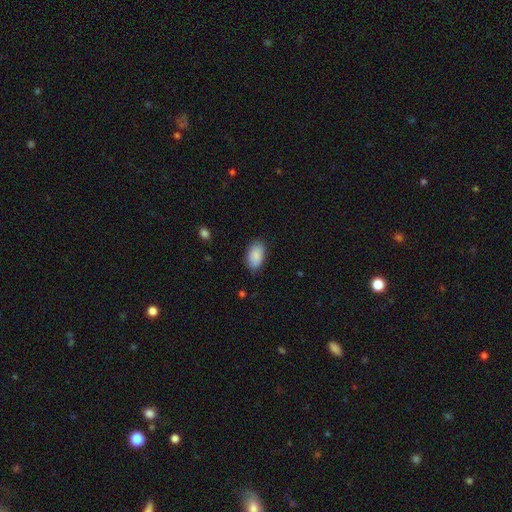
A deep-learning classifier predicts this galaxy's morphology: A smooth galaxy with no disk features (88%) that is in between round and cigar-shaped (93%).

Vote fractions:
- Smooth or featured? smooth: 88% / star or artifact: 6% / featured or disk: 5%
- How rounded? in between: 93% / round: 5% / cigar-shaped: 1%
- Merging? none: 80% / minor disturbance: 15% / major disturbance: 3% / merger: 1%